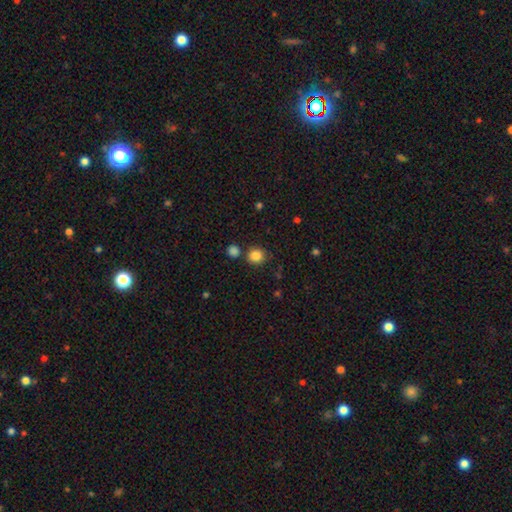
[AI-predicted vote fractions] Smooth or featured?
  - smooth: 85% *
  - star or artifact: 11%
  - featured or disk: 4%
How rounded?
  - round: 87% *
  - in between: 12%
  - cigar-shaped: 1%
Merging?
  - none: 81% *
  - merger: 8%
  - minor disturbance: 8%
  - major disturbance: 3%